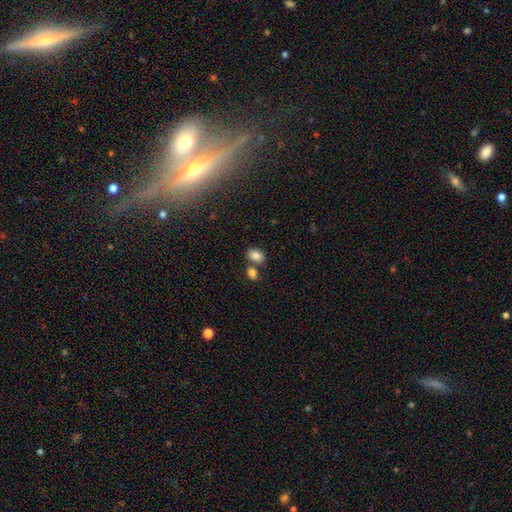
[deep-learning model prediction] smooth_or_featured: smooth (p=0.84) [alt: star or artifact p=0.10]
how_rounded: in between (p=0.85) [alt: round p=0.13]
merging: none (p=0.59) [alt: merger p=0.27]